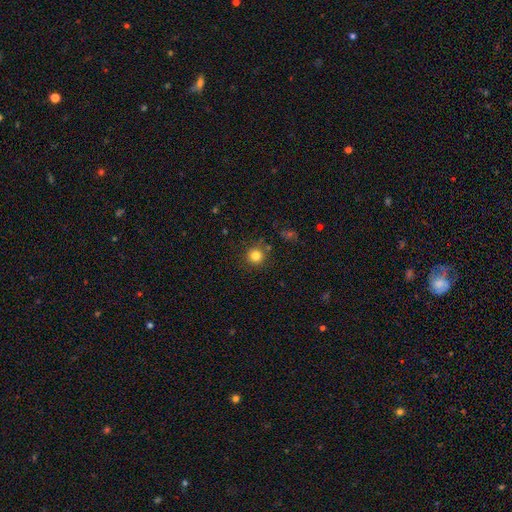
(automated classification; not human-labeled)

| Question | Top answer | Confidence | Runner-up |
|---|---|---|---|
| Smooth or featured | smooth | 81% | star or artifact (13%) |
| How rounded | round | 94% | in between (5%) |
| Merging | none | 86% | minor disturbance (8%) |